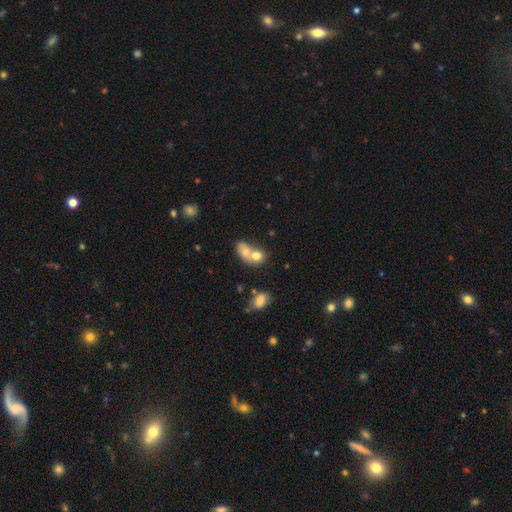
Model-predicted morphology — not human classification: smooth 72%, featured or disk 19%, star or artifact 9%. Down the decision tree: how rounded — in between (57%); merging — merger (73%).